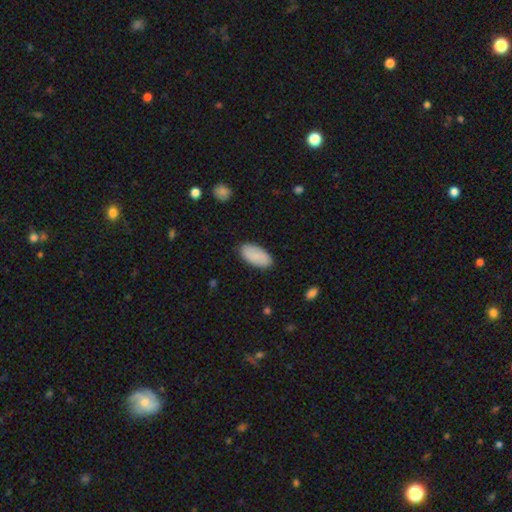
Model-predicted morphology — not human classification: Q: Smooth or featured?
A: smooth (84%); runner-up: featured or disk (10%)
Q: How rounded?
A: in between (93%); runner-up: cigar-shaped (5%)
Q: Merging?
A: none (86%); runner-up: minor disturbance (10%)